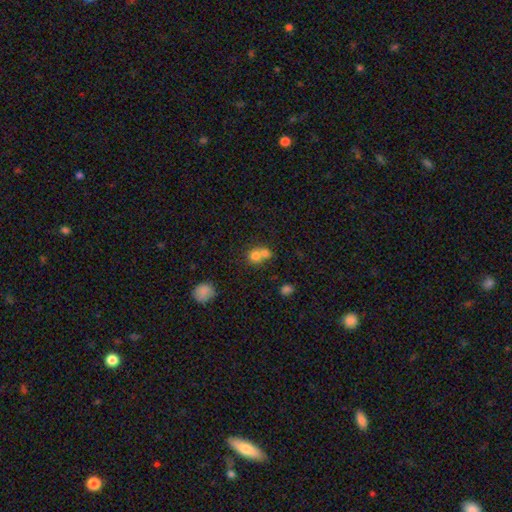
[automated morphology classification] A smooth galaxy with no disk features (74%) that is round (77%).

Vote fractions:
- Smooth or featured? smooth: 74% / featured or disk: 14% / star or artifact: 12%
- How rounded? round: 77% / in between: 22% / cigar-shaped: 1%
- Merging? merger: 61% / none: 30% / minor disturbance: 6% / major disturbance: 3%